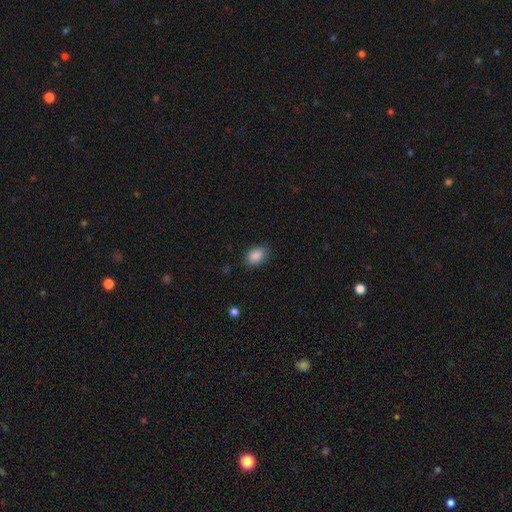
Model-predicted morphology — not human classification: Smooth or featured? smooth (88%)
How rounded? in between (79%)
Merging? none (84%)